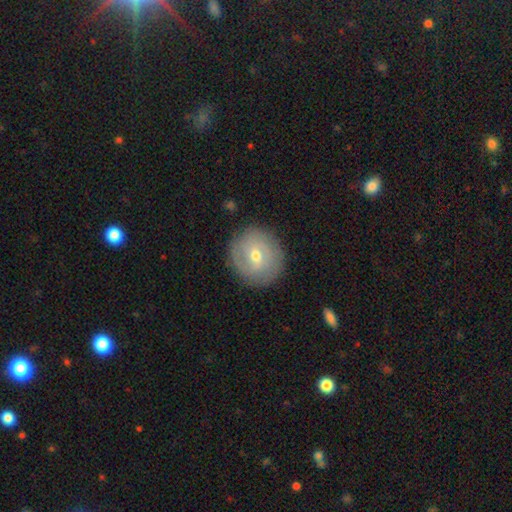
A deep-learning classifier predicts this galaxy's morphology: The model was most divided on "bar": weak: 46%, no: 41%, strong: 12%. More confident: edge-on disk — no (96%); merging — none (86%); spiral arms — yes (62%); smooth or featured — featured or disk (54%); bulge size — moderate (54%).